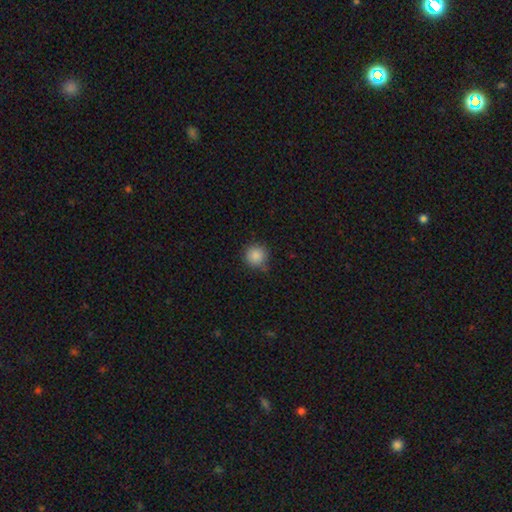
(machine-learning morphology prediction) Q: Smooth or featured?
A: smooth (87%); runner-up: star or artifact (10%)
Q: How rounded?
A: round (94%); runner-up: in between (5%)
Q: Merging?
A: none (84%); runner-up: minor disturbance (11%)